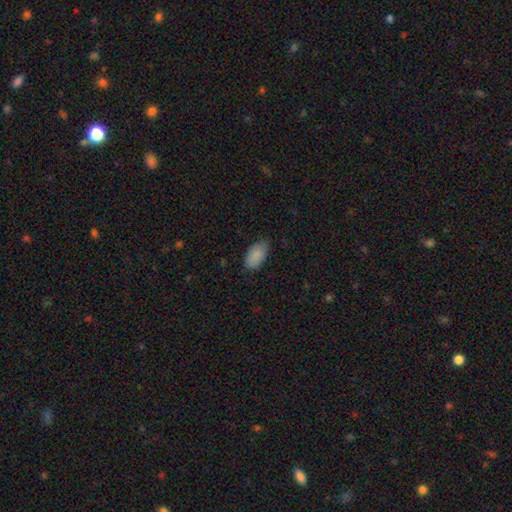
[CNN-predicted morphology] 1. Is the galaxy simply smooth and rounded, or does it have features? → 88% smooth, 7% star or artifact, 5% featured or disk.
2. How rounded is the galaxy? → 94% in between, 4% round, 2% cigar-shaped.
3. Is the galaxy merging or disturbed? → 74% none, 21% minor disturbance, 3% major disturbance, 1% merger.